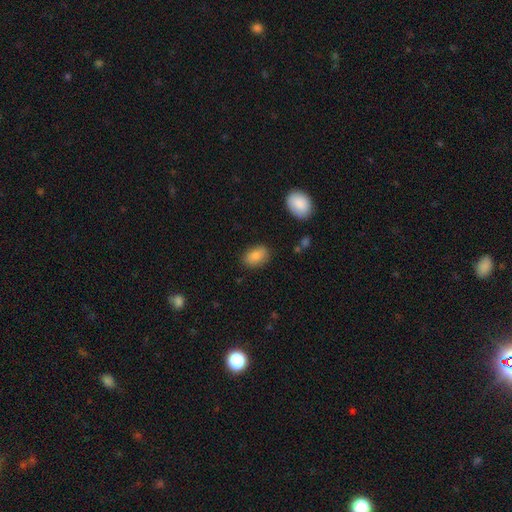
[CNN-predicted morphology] A smooth galaxy with no disk features (83%) that is in between round and cigar-shaped (87%).

Vote fractions:
- Smooth or featured? smooth: 83% / featured or disk: 10% / star or artifact: 8%
- How rounded? in between: 87% / round: 12% / cigar-shaped: 2%
- Merging? none: 82% / minor disturbance: 13% / major disturbance: 3% / merger: 2%